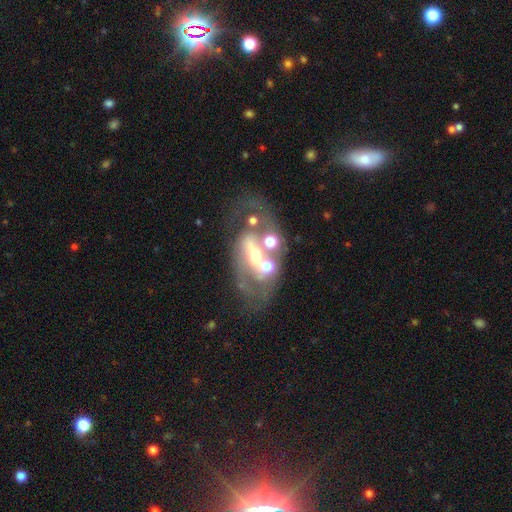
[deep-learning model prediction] The model was most divided on "merging" (2-way tie): none: 31%, merger: 31%, major disturbance: 23%, minor disturbance: 14%. More confident: edge-on disk — no (94%); smooth or featured — featured or disk (68%); spiral arms — no (61%); bar — no (55%); bulge size — moderate (51%).